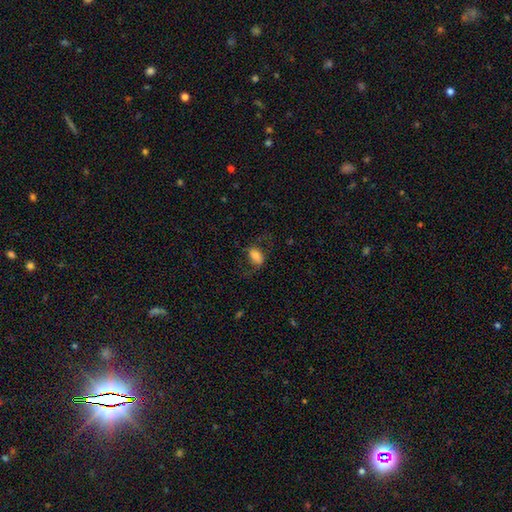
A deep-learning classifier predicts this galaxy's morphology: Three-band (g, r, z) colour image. It shows a smooth galaxy with no disk features (66%) that is in between round and cigar-shaped (87%). Merging: none (61%).